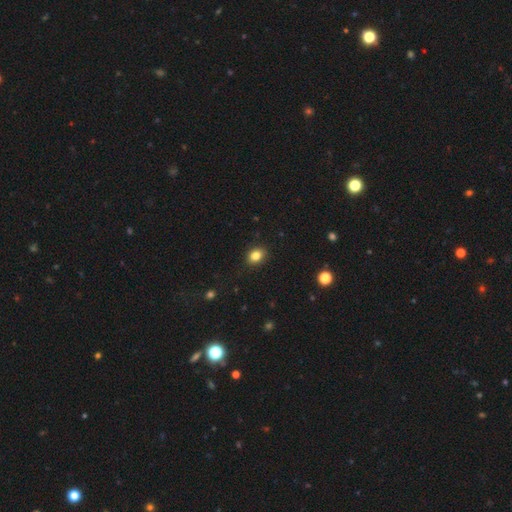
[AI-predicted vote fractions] Smooth or featured?
  - smooth: 84% *
  - star or artifact: 10%
  - featured or disk: 6%
How rounded?
  - in between: 57% *
  - round: 42%
  - cigar-shaped: 1%
Merging?
  - none: 89% *
  - minor disturbance: 8%
  - major disturbance: 2%
  - merger: 1%